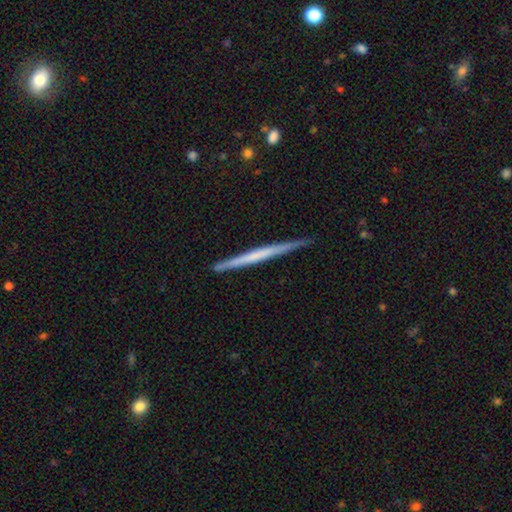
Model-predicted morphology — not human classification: Smooth or featured? Predicted: featured or disk (p=0.56). Edge-on disk? Predicted: yes (p=0.98). Edge-on bulge? Predicted: none (p=0.86). Merging? Predicted: none (p=0.88).